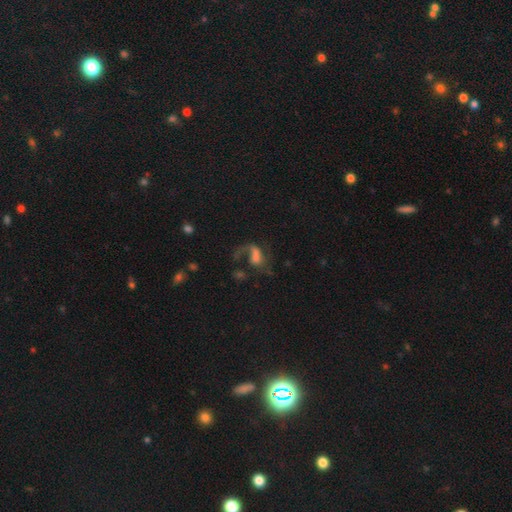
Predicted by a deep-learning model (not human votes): smooth-or-featured: featured or disk: 58% | smooth: 28% | star or artifact: 15%
  disk-edge-on: no: 96% | yes: 4%
    bar: no: 53% | weak: 34% | strong: 13%
    has-spiral-arms: yes: 74% | no: 26%
    bulge-size: none: 30% | moderate: 28% | small: 26% | large: 13% | dominant: 3%
  merging: major disturbance: 42% | none: 32% | merger: 13% | minor disturbance: 13%